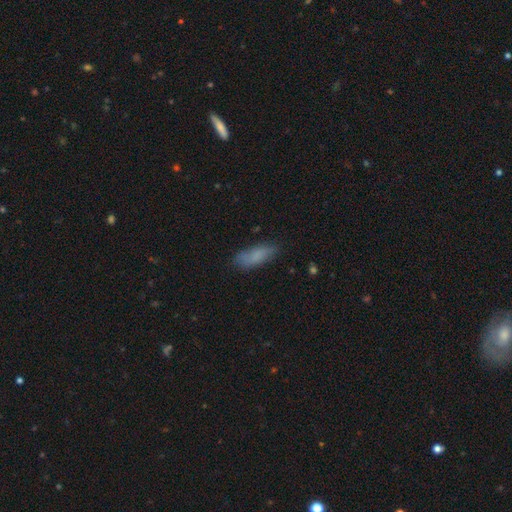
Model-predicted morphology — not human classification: Smooth or featured?
  - smooth: 79% *
  - featured or disk: 13%
  - star or artifact: 8%
How rounded?
  - in between: 64% *
  - cigar-shaped: 34%
  - round: 2%
Merging?
  - none: 73% *
  - minor disturbance: 20%
  - major disturbance: 5%
  - merger: 2%